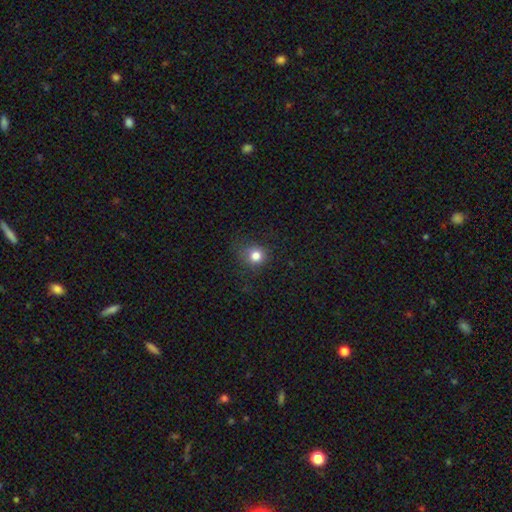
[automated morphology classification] smooth_or_featured: smooth (p=0.80) [alt: star or artifact p=0.14]
how_rounded: round (p=0.87) [alt: in between p=0.12]
merging: none (p=0.80) [alt: minor disturbance p=0.14]